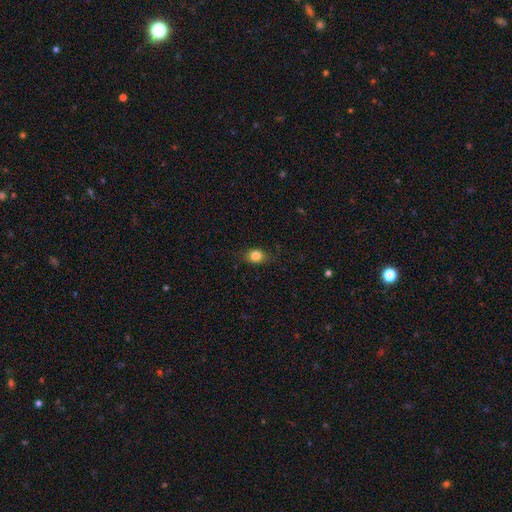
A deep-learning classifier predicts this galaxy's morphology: A smooth galaxy with no disk features (81%) that is in between round and cigar-shaped (49%, tied with round).

Vote fractions:
- Smooth or featured? smooth: 81% / star or artifact: 10% / featured or disk: 8%
- How rounded? in between: 49% (tied) / round: 49% (tied) / cigar-shaped: 2%
- Merging? none: 78% / minor disturbance: 17% / major disturbance: 4% / merger: 1%